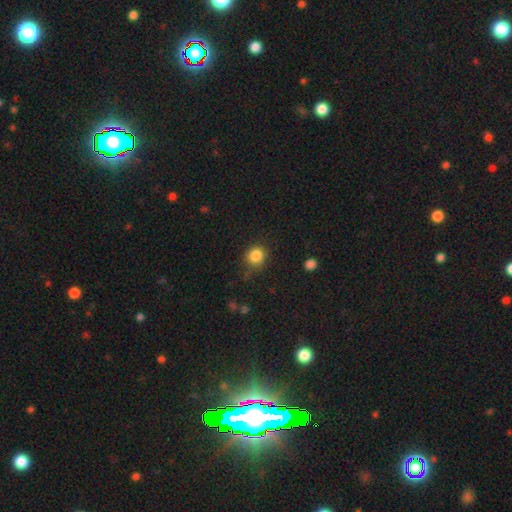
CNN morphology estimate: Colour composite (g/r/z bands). It shows a smooth galaxy with no disk features (84%) that is round (88%). Merging: none (81%).